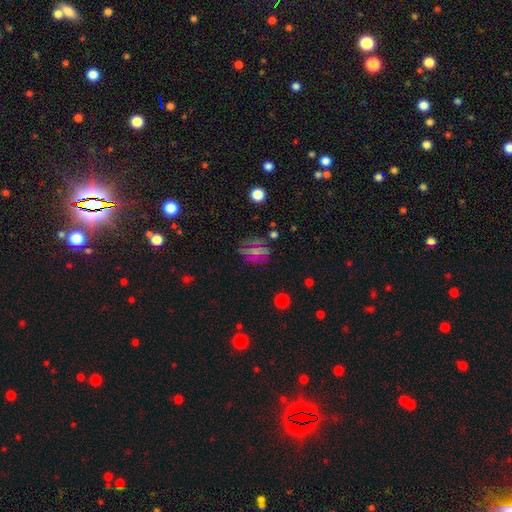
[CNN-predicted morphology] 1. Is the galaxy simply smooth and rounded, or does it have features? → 41% smooth, 30% star or artifact, 28% featured or disk.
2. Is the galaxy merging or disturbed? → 70% none, 17% minor disturbance, 9% major disturbance, 4% merger.